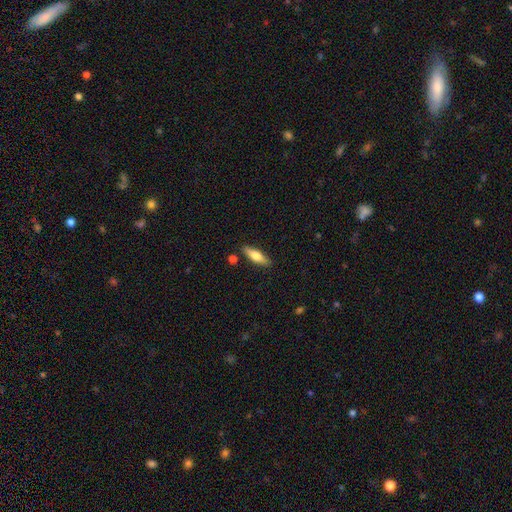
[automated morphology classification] This is likely a smooth galaxy (61%). How rounded: possibly cigar-shaped (57%). Merging: clearly none (85%).